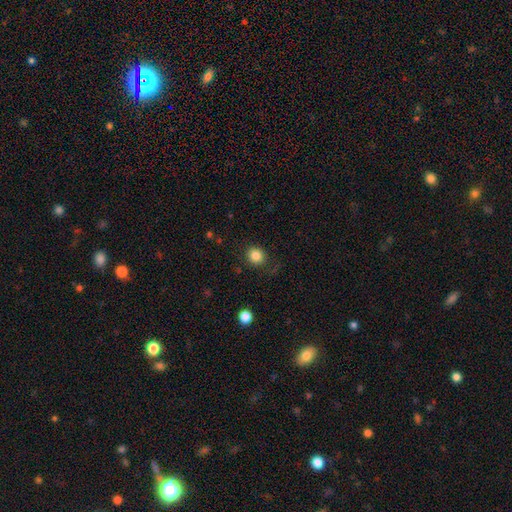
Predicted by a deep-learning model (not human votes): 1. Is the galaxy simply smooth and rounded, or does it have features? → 85% smooth, 10% star or artifact, 5% featured or disk.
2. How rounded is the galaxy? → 85% round, 14% in between, 1% cigar-shaped.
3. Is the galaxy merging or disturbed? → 82% none, 12% minor disturbance, 5% major disturbance, 1% merger.